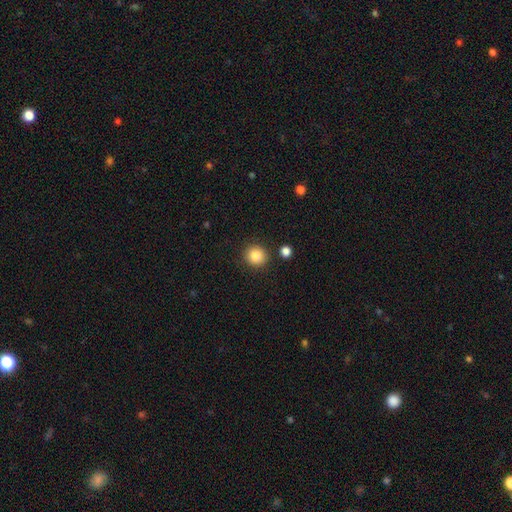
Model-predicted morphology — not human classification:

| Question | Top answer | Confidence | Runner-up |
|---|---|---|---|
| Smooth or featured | smooth | 86% | star or artifact (9%) |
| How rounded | round | 91% | in between (8%) |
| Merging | none | 87% | minor disturbance (7%) |